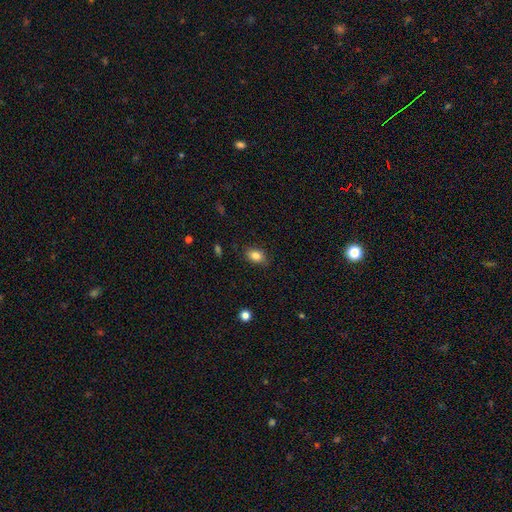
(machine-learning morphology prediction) Smooth or featured?
  - smooth: 83% *
  - star or artifact: 9%
  - featured or disk: 8%
How rounded?
  - in between: 80% *
  - round: 18%
  - cigar-shaped: 2%
Merging?
  - none: 81% *
  - minor disturbance: 14%
  - major disturbance: 3%
  - merger: 1%